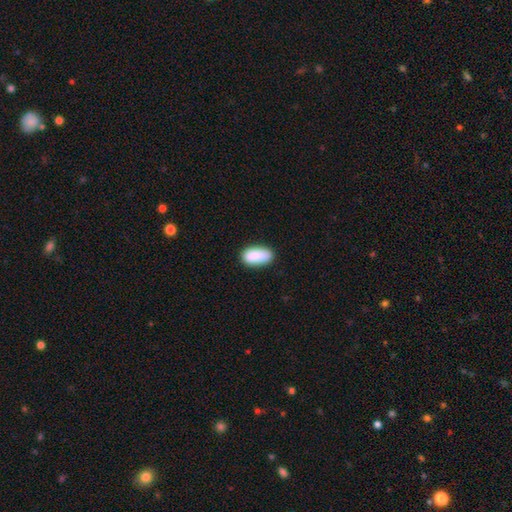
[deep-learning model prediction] Overall: smooth (89%). How rounded: in between (91%). Merging: none (83%).